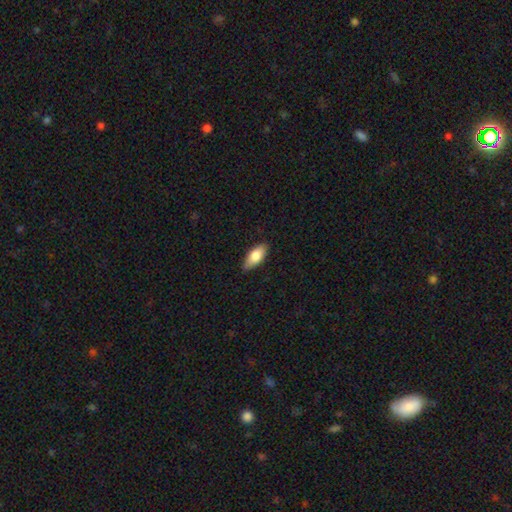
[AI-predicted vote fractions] smooth-or-featured: smooth: 77% | featured or disk: 17% | star or artifact: 6%
  how-rounded: in between: 85% | cigar-shaped: 13% | round: 2%
  merging: none: 83% | minor disturbance: 14% | major disturbance: 2% | merger: 1%